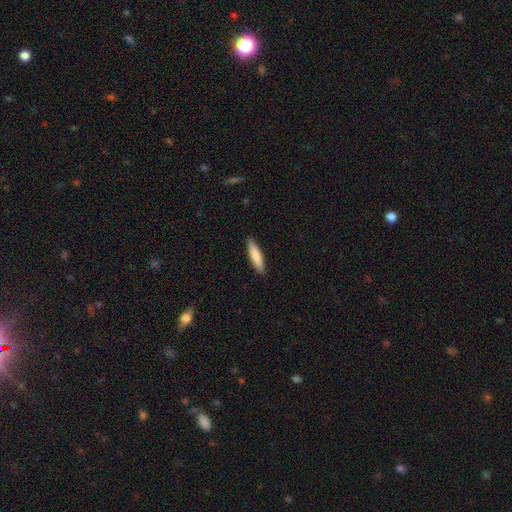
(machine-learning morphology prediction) Smooth or featured? Predicted: smooth (p=0.81). How rounded? Predicted: cigar-shaped (p=0.83). Merging? Predicted: none (p=0.90).